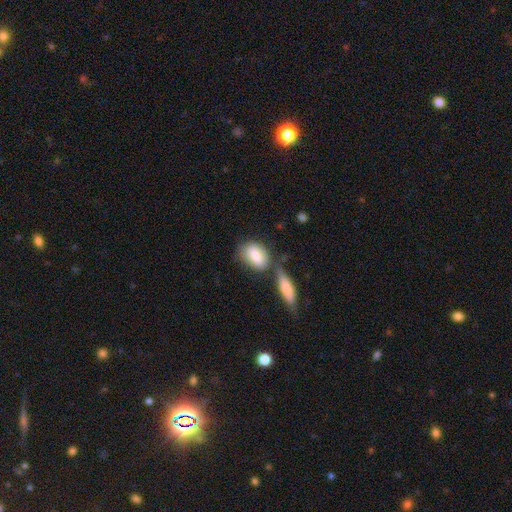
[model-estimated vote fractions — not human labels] smooth 83%, featured or disk 12%, star or artifact 6%. Down the decision tree: how rounded — in between (85%); merging — none (47%).